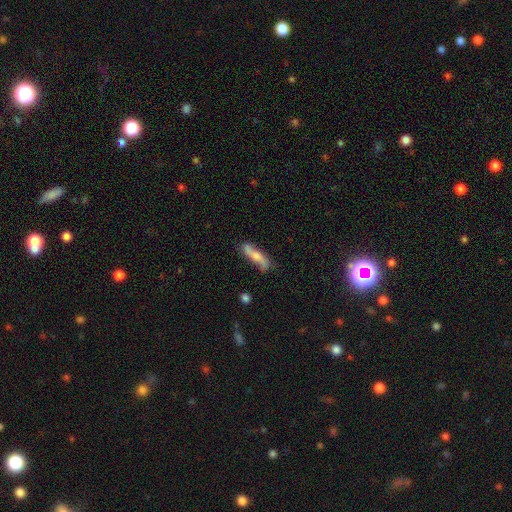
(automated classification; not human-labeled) smooth_or_featured: featured or disk (p=0.53) [alt: smooth p=0.41]
disk_edge_on: no (p=0.64) [alt: yes p=0.36]
merging: none (p=0.71) [alt: minor disturbance p=0.21]